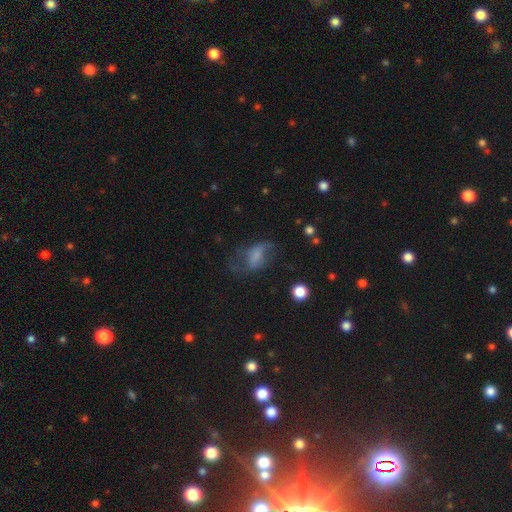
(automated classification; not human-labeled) Q: Smooth or featured?
A: smooth (49%); runner-up: featured or disk (38%)
Q: Merging?
A: major disturbance (40%); runner-up: none (33%)